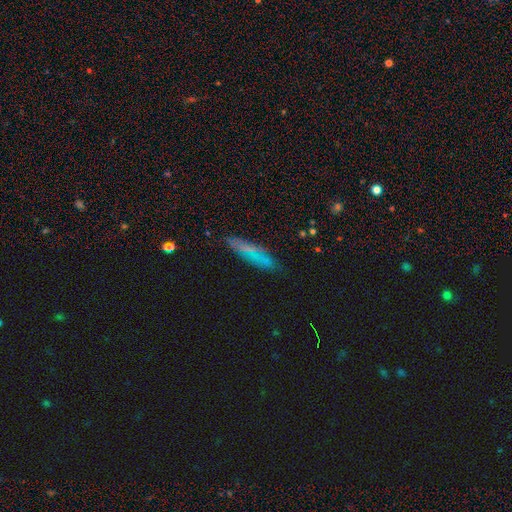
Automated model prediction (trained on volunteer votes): The model was most divided on "smooth or featured": smooth: 50%, featured or disk: 37%, star or artifact: 13%. More confident: merging — none (74%).